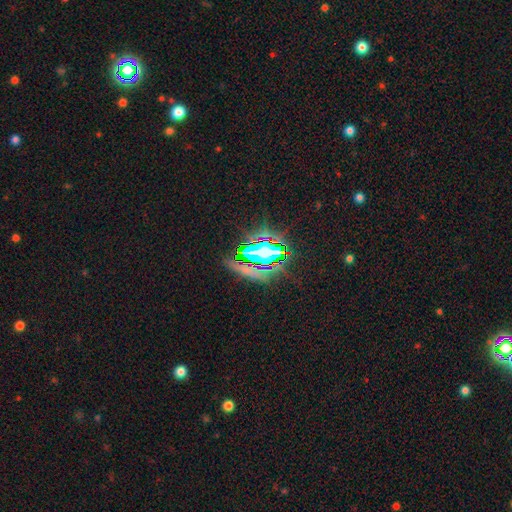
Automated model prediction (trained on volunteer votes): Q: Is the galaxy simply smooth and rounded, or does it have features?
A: star or artifact — 76%.